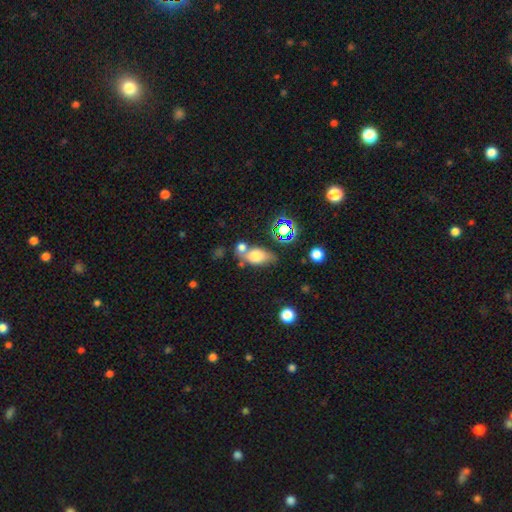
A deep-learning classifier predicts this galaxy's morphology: Smooth or featured? Predicted: smooth (p=0.68). How rounded? Predicted: in between (p=0.79). Merging? Predicted: none (p=0.48).